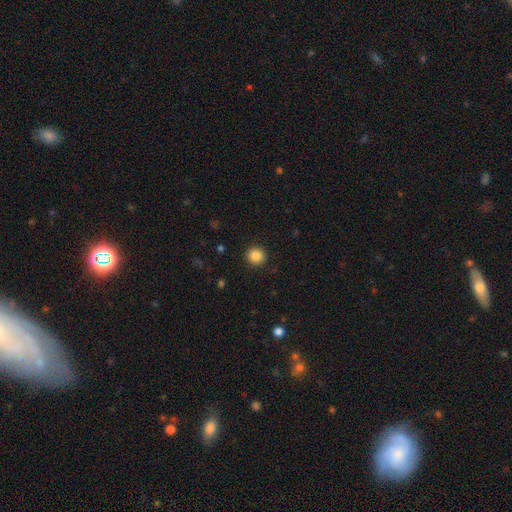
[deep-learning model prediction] Smooth or featured? smooth (86%)
How rounded? round (92%)
Merging? none (92%)